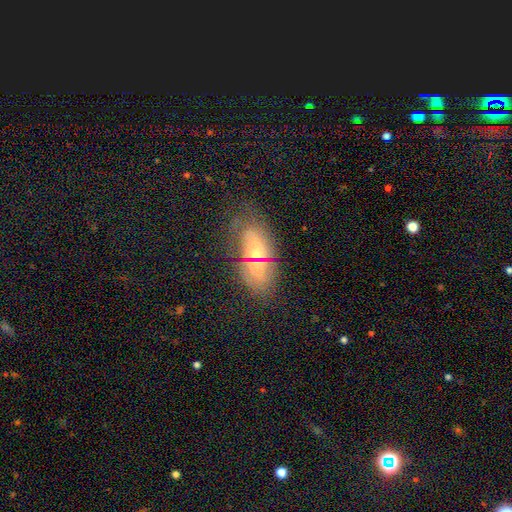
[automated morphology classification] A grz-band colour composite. It shows a smooth galaxy with no disk features (46%). Merging: none (71%).